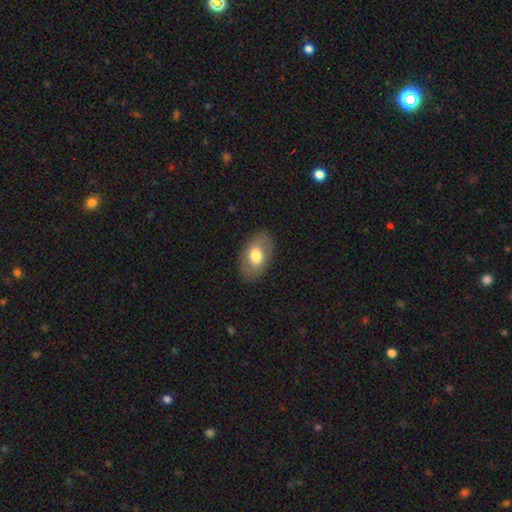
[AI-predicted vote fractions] This is likely a smooth galaxy (69%). How rounded: clearly in between (89%). Merging: clearly none (85%).